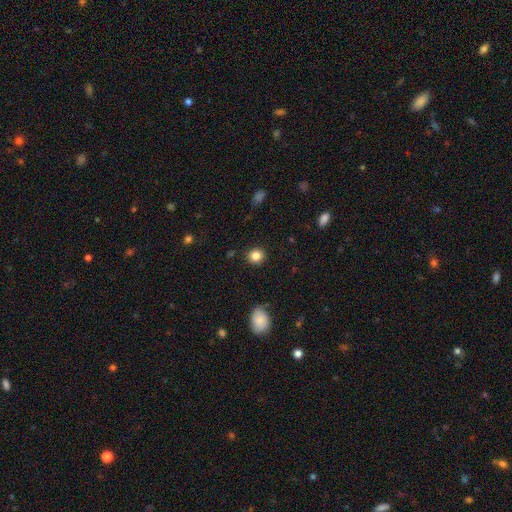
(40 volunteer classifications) Morphology: type=smooth (85%); roundness=round (94%); merging=none (86%).